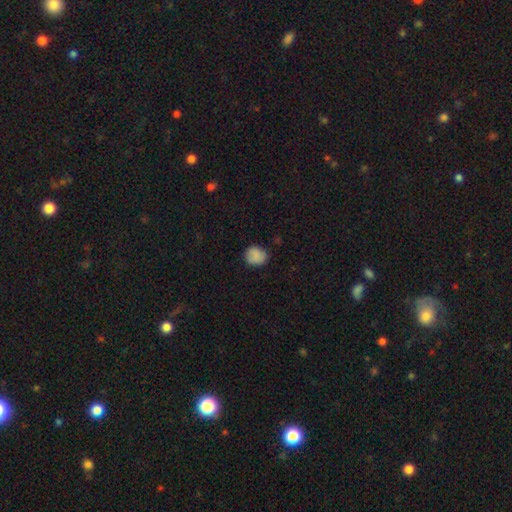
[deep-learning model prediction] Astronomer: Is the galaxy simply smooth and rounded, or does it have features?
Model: smooth — 84%.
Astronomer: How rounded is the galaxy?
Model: round — 72%.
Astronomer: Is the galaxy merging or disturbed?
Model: none — 77%.